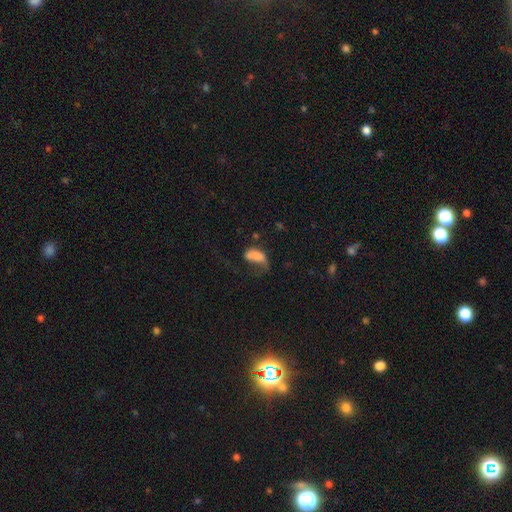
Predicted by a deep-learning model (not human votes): Q: Smooth or featured?
A: smooth (71%); runner-up: featured or disk (19%)
Q: How rounded?
A: in between (87%); runner-up: cigar-shaped (8%)
Q: Merging?
A: major disturbance (53%); runner-up: none (21%)